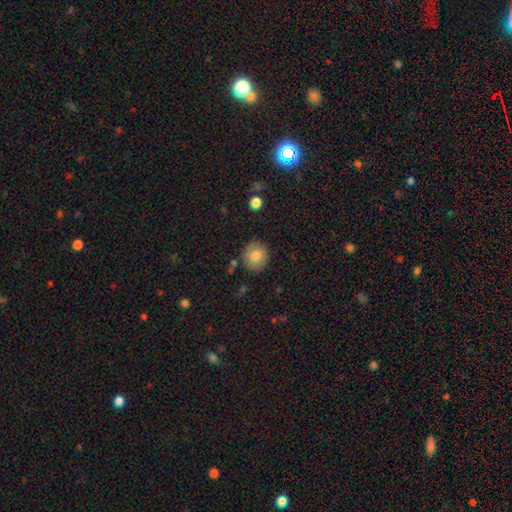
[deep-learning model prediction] A smooth galaxy with no disk features (78%) that is round (80%).

Vote fractions:
- Smooth or featured? smooth: 78% / featured or disk: 14% / star or artifact: 8%
- How rounded? round: 80% / in between: 19% / cigar-shaped: 1%
- Merging? none: 86% / minor disturbance: 10% / major disturbance: 2% / merger: 2%